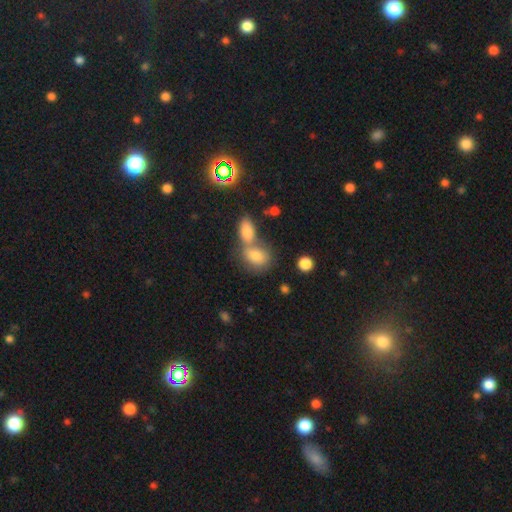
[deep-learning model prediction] smooth_or_featured: smooth (p=0.77) [alt: featured or disk p=0.13]
how_rounded: in between (p=0.68) [alt: round p=0.30]
merging: merger (p=0.52) [alt: none p=0.34]